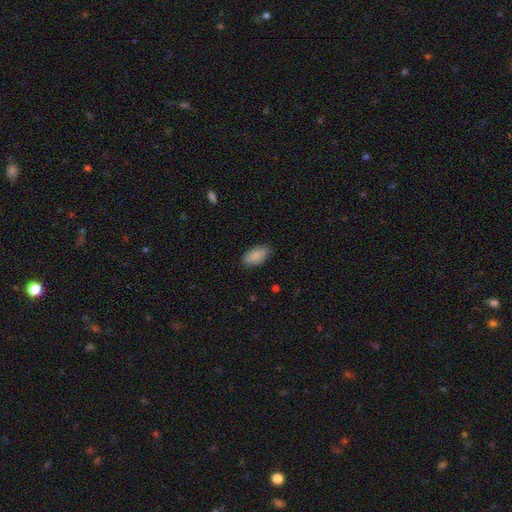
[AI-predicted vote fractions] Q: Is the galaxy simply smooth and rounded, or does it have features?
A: smooth — 88%.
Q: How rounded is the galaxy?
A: in between — 93%.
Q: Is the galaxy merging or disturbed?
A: none — 79%.